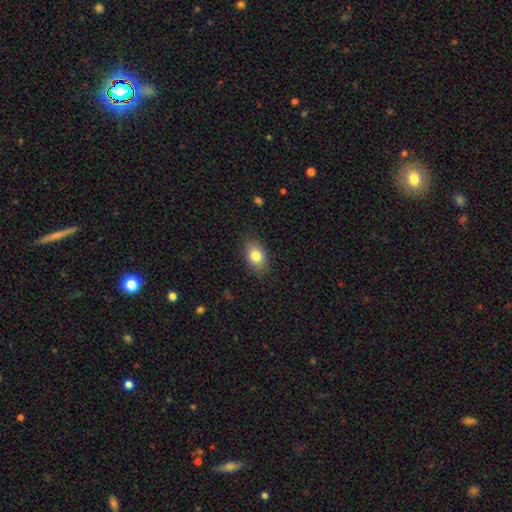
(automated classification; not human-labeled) smooth_or_featured: smooth (p=0.82) [alt: featured or disk p=0.10]
how_rounded: in between (p=0.83) [alt: round p=0.16]
merging: none (p=0.85) [alt: minor disturbance p=0.11]